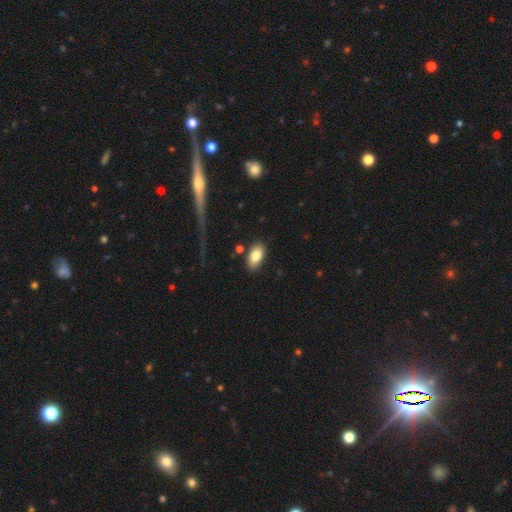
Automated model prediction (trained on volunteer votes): Smooth or featured? smooth (83%)
How rounded? in between (93%)
Merging? none (83%)